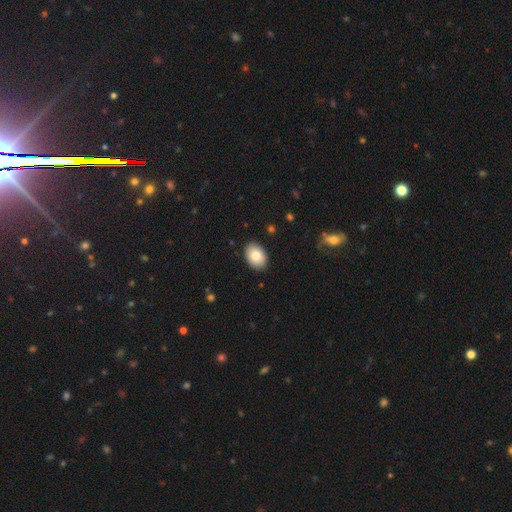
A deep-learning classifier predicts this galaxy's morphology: type=smooth (84%); roundness=in between (81%); merging=none (88%).